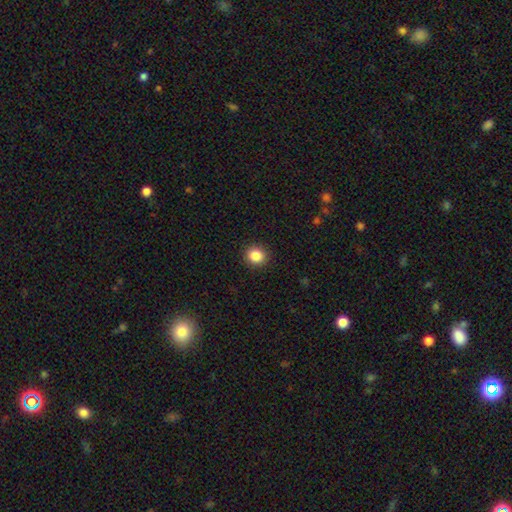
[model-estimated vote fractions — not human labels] smooth-or-featured: smooth: 87% | star or artifact: 10% | featured or disk: 4%
  how-rounded: round: 86% | in between: 13% | cigar-shaped: 1%
  merging: none: 92% | minor disturbance: 6% | major disturbance: 2% | merger: 1%